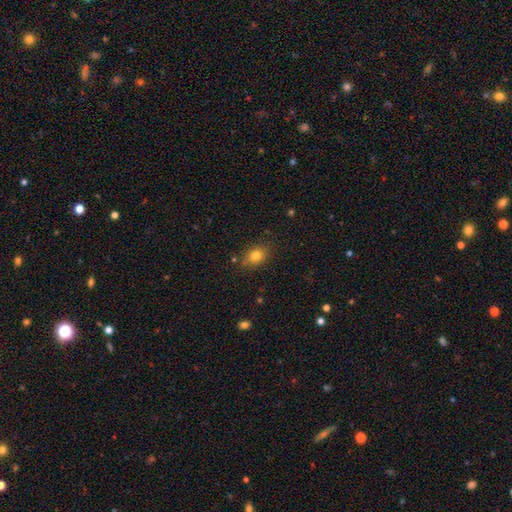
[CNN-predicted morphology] Q: Smooth or featured?
A: smooth (79%); runner-up: star or artifact (12%)
Q: How rounded?
A: in between (62%); runner-up: round (37%)
Q: Merging?
A: none (78%); runner-up: minor disturbance (16%)